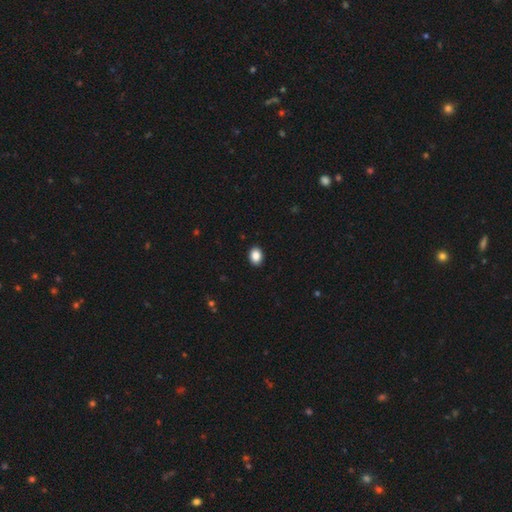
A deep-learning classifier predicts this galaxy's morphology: The model was most divided on "how rounded": in between: 68%, round: 31%, cigar-shaped: 1%. More confident: merging — none (91%); smooth or featured — smooth (88%).